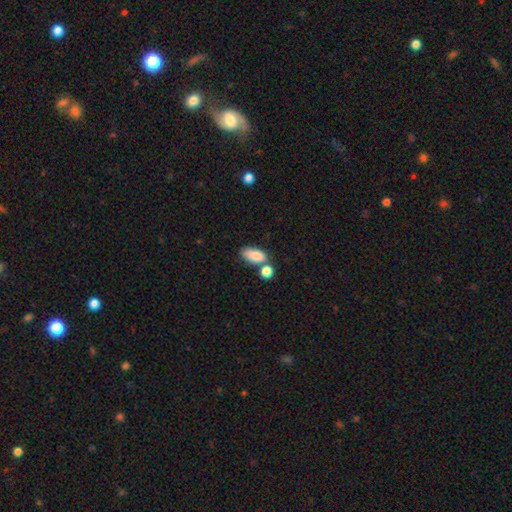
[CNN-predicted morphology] Smooth or featured: smooth — 85% (star or artifact — 8%)
How rounded: in between — 87% (cigar-shaped — 7%)
Merging: none — 52% (merger — 27%)